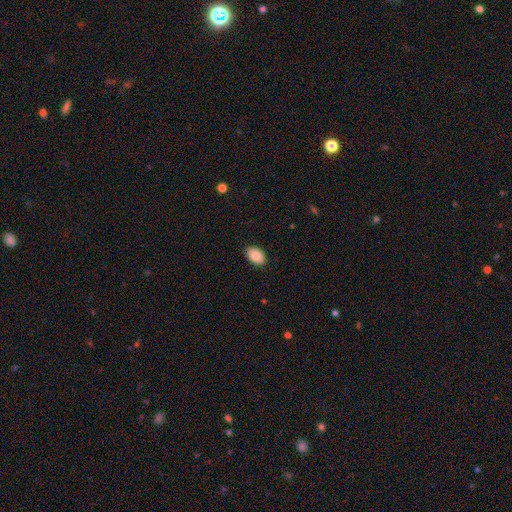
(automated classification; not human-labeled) The model was most divided on "merging": none: 88%, minor disturbance: 9%, major disturbance: 2%, merger: 1%. More confident: how rounded — in between (91%); smooth or featured — smooth (88%).